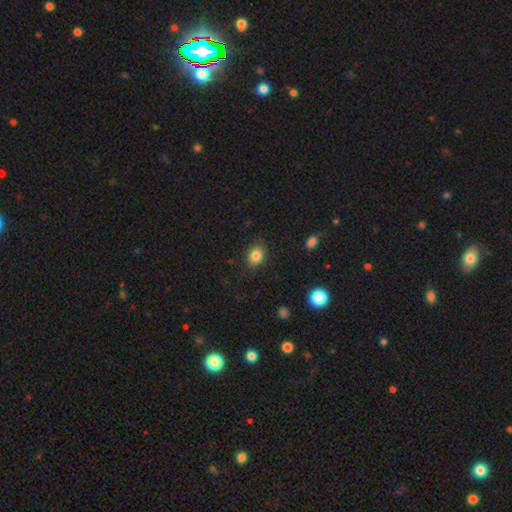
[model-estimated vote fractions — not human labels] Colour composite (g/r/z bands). It shows a smooth galaxy with no disk features (84%) that is in between round and cigar-shaped (60%). Merging: none (87%).